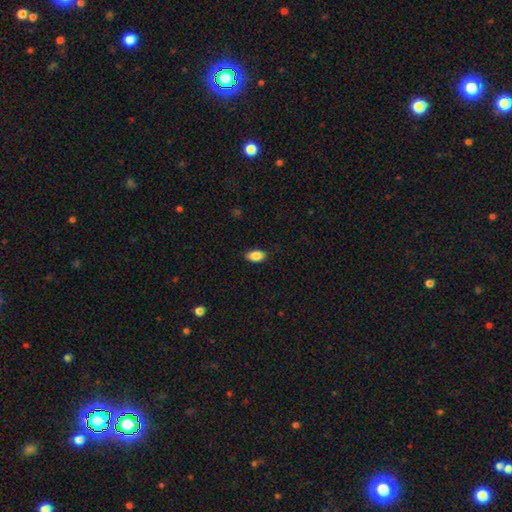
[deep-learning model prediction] A smooth galaxy with no disk features (88%) that is in between round and cigar-shaped (92%).

Vote fractions:
- Smooth or featured? smooth: 88% / star or artifact: 8% / featured or disk: 5%
- How rounded? in between: 92% / round: 5% / cigar-shaped: 2%
- Merging? none: 87% / minor disturbance: 10% / major disturbance: 2% / merger: 1%